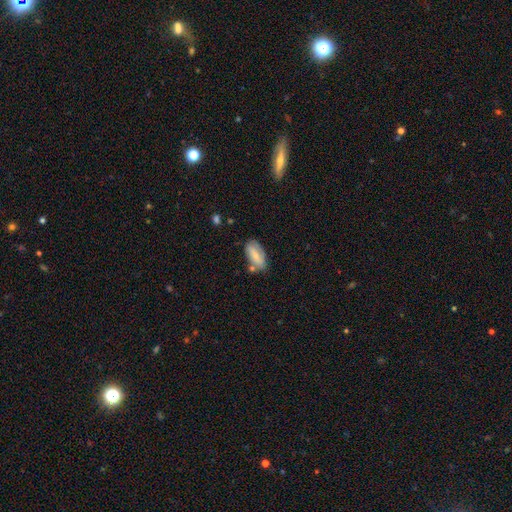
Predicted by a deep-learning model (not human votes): Morphology: type=smooth (63%); roundness=in between (89%); merging=none (66%).